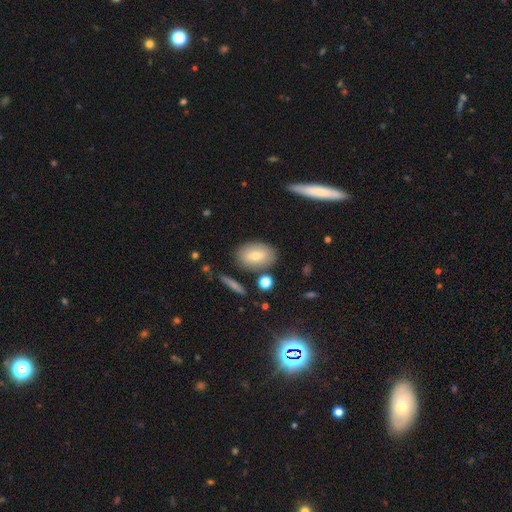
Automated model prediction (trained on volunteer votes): This is likely a smooth galaxy (74%). How rounded: clearly in between (87%). Merging: likely none (79%).